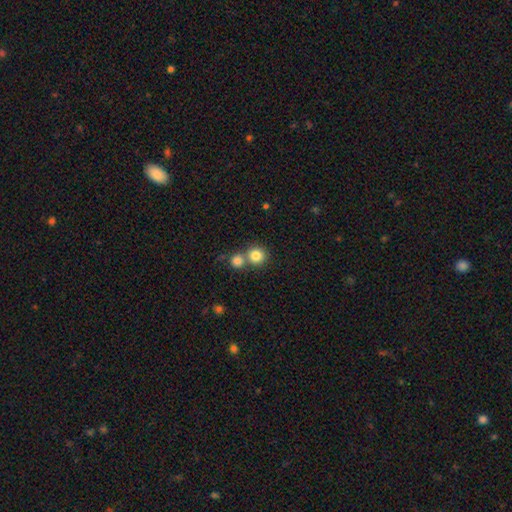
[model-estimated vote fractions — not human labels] smooth 83%, star or artifact 10%, featured or disk 7%. Down the decision tree: how rounded — round (91%); merging — none (56%).